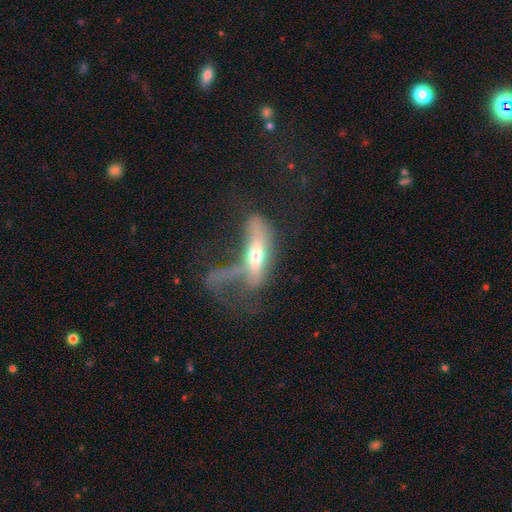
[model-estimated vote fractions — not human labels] A smooth galaxy with no disk features (47%).

Vote fractions:
- Smooth or featured? smooth: 47% / featured or disk: 45% / star or artifact: 8%
- Merging? major disturbance: 58% / none: 16% / minor disturbance: 15% / merger: 11%